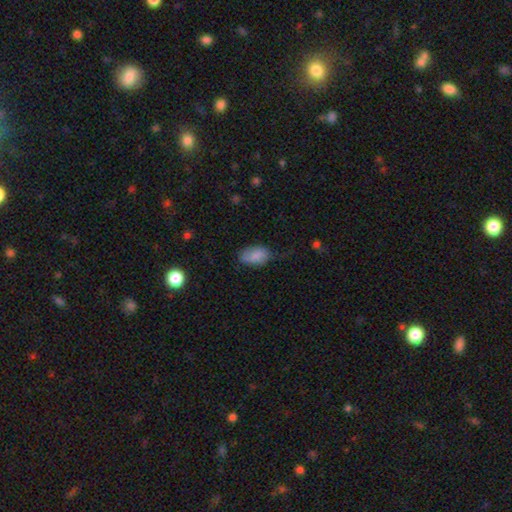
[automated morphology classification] Smooth or featured: smooth — 81% (featured or disk — 12%)
How rounded: in between — 93% (round — 6%)
Merging: none — 61% (minor disturbance — 29%)